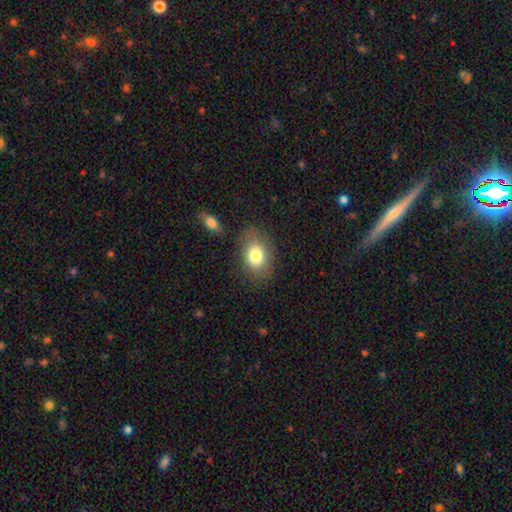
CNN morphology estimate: type=smooth (79%); roundness=in between (72%); merging=none (72%).